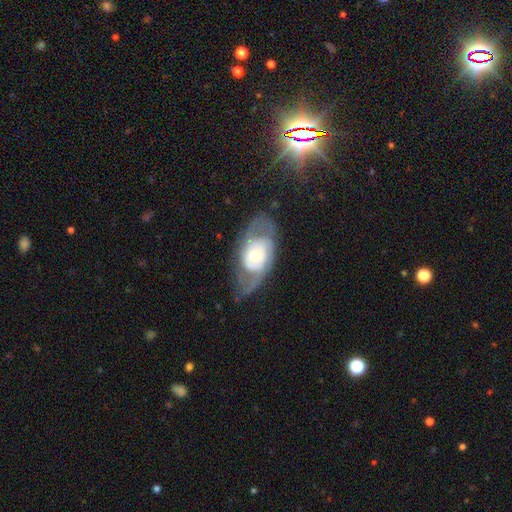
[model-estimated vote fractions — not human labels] This appears to be a featured or disk galaxy (75%) with no bar (71%), 2 (61%) medium (41%) spiral arms (79%) and a moderate central bulge (52%). Merging: none (53%).